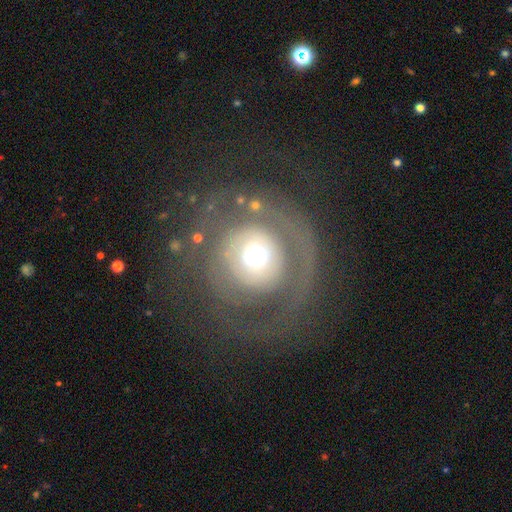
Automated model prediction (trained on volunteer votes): This is possibly a featured or disk galaxy (52%). It is clearly not viewed edge-on (95%). Merging: likely none (63%).